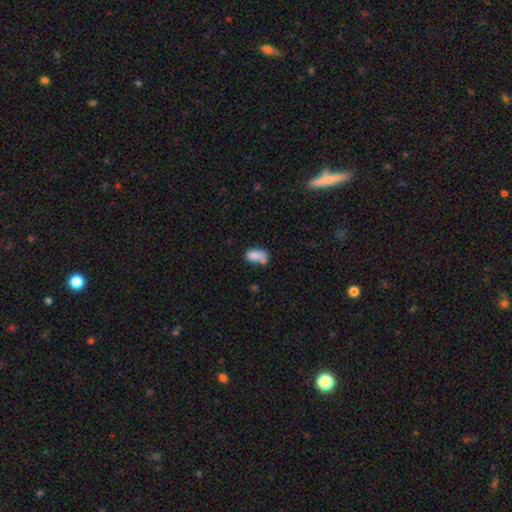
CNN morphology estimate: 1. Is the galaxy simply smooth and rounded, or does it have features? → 78% smooth, 13% featured or disk, 9% star or artifact.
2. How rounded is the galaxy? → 88% in between, 9% round, 3% cigar-shaped.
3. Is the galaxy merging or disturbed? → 35% none, 32% merger, 22% minor disturbance, 12% major disturbance.